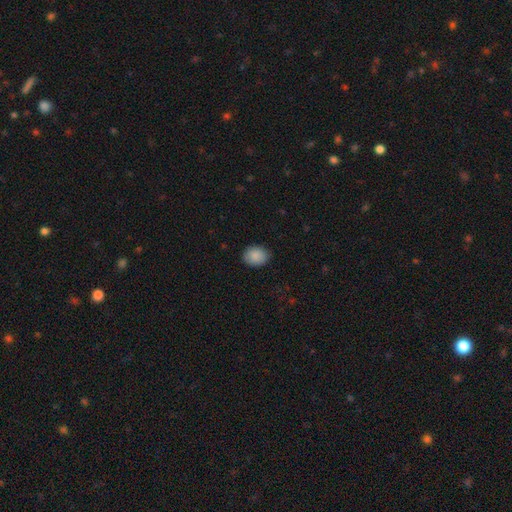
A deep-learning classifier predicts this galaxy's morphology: The model was most divided on "how rounded": in between: 56%, round: 43%, cigar-shaped: 1%. More confident: smooth or featured — smooth (89%); merging — none (87%).